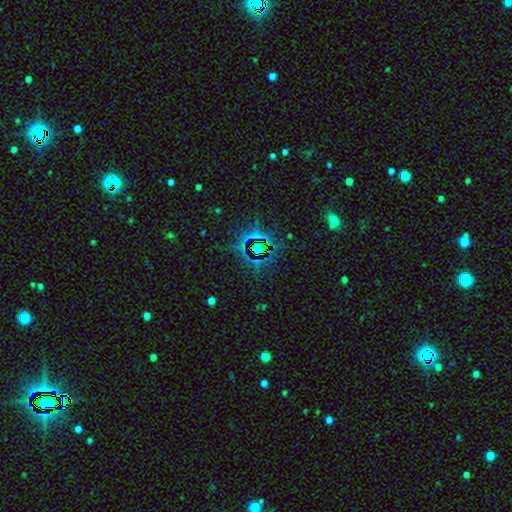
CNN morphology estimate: The model was most divided on "smooth or featured": star or artifact: 76%, smooth: 14%, featured or disk: 10%.